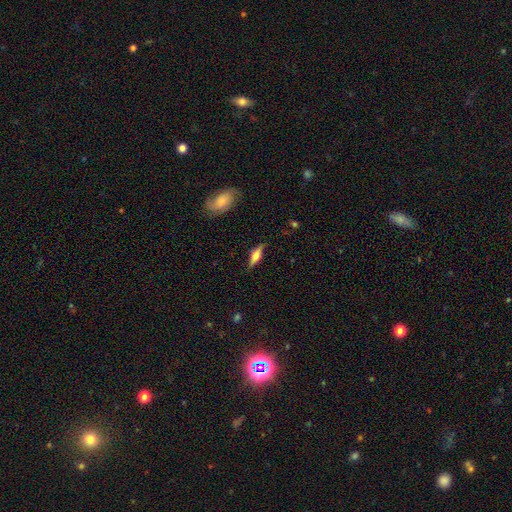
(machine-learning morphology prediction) Smooth or featured?
  - smooth: 51% *
  - featured or disk: 42%
  - star or artifact: 7%
How rounded?
  - cigar-shaped: 54% *
  - in between: 44%
  - round: 3%
Merging?
  - none: 83% *
  - minor disturbance: 13%
  - major disturbance: 3%
  - merger: 2%